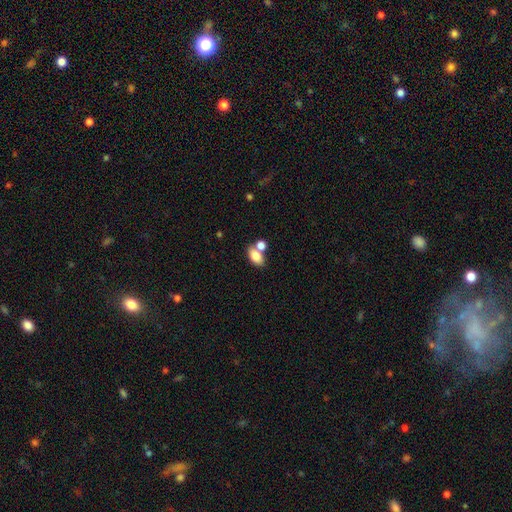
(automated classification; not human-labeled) A smooth galaxy with no disk features (80%) that is in between round and cigar-shaped (88%).

Vote fractions:
- Smooth or featured? smooth: 80% / featured or disk: 11% / star or artifact: 9%
- How rounded? in between: 88% / round: 10% / cigar-shaped: 2%
- Merging? none: 47% / merger: 38% / minor disturbance: 11% / major disturbance: 4%